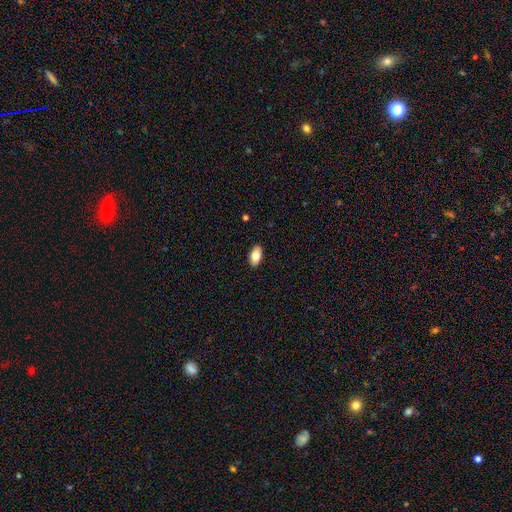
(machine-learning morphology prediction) smooth_or_featured: smooth (p=0.79) [alt: featured or disk p=0.14]
how_rounded: in between (p=0.92) [alt: cigar-shaped p=0.05]
merging: none (p=0.90) [alt: minor disturbance p=0.07]